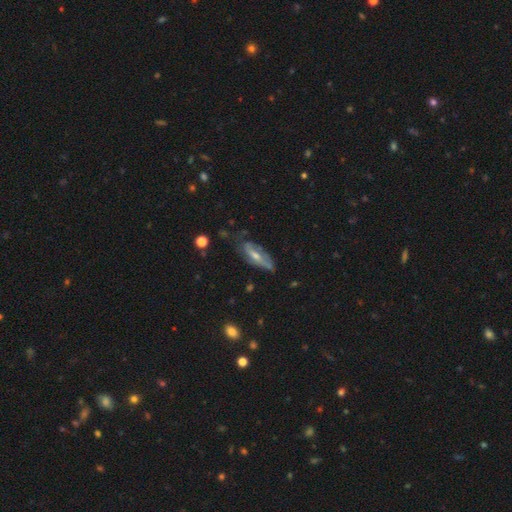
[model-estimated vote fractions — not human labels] Smooth or featured: featured or disk — 63% (smooth — 29%)
Edge-on disk: no — 69% (yes — 31%)
Merging: none — 60% (minor disturbance — 27%)